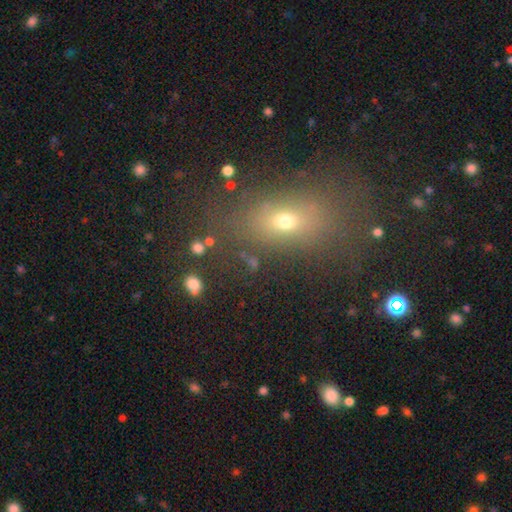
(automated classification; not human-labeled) A smooth galaxy with no disk features (55%) that is in between round and cigar-shaped (67%).

Vote fractions:
- Smooth or featured? smooth: 55% / star or artifact: 31% / featured or disk: 14%
- How rounded? in between: 67% / round: 27% / cigar-shaped: 6%
- Merging? none: 78% / minor disturbance: 12% / major disturbance: 6% / merger: 4%